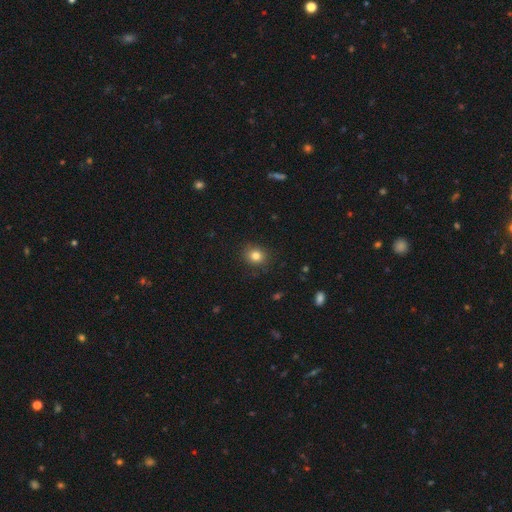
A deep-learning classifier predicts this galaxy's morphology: smooth_or_featured: smooth (p=0.81) [alt: star or artifact p=0.12]
how_rounded: round (p=0.73) [alt: in between p=0.26]
merging: none (p=0.88) [alt: minor disturbance p=0.08]